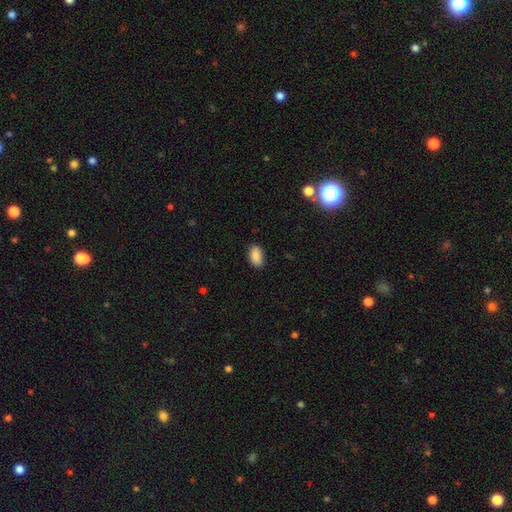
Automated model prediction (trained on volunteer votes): smooth_or_featured: smooth (p=0.89) [alt: star or artifact p=0.08]
how_rounded: in between (p=0.93) [alt: round p=0.05]
merging: none (p=0.86) [alt: minor disturbance p=0.10]